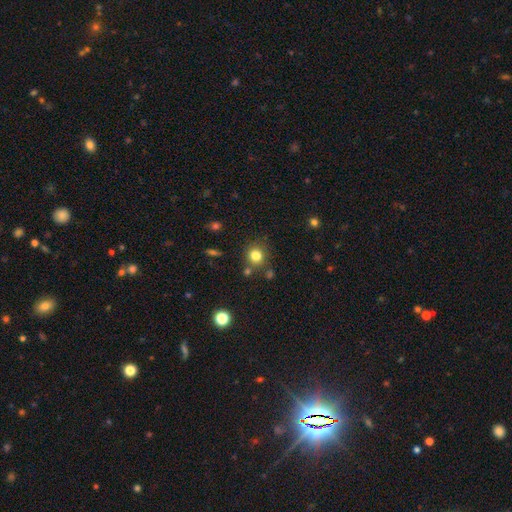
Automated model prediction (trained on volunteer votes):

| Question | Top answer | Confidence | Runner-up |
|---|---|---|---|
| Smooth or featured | smooth | 81% | star or artifact (13%) |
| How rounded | round | 87% | in between (12%) |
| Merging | none | 78% | minor disturbance (10%) |